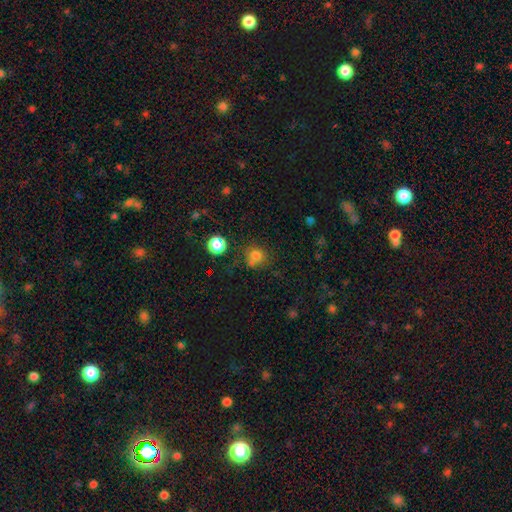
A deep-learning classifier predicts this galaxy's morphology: This is likely a smooth galaxy (74%). How rounded: clearly round (84%). Merging: likely none (63%).